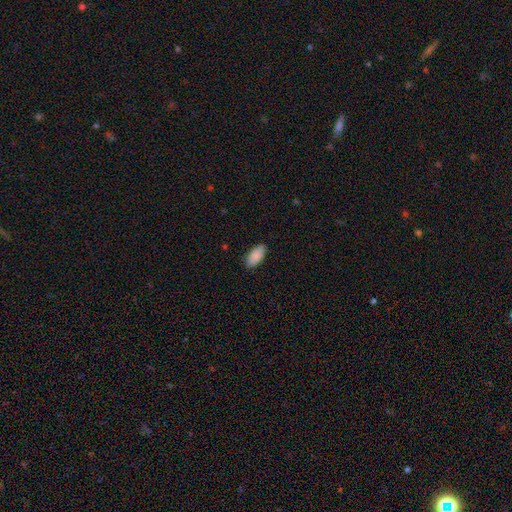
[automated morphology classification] A smooth galaxy with no disk features (90%) that is in between round and cigar-shaped (93%). Merging: none (88%).